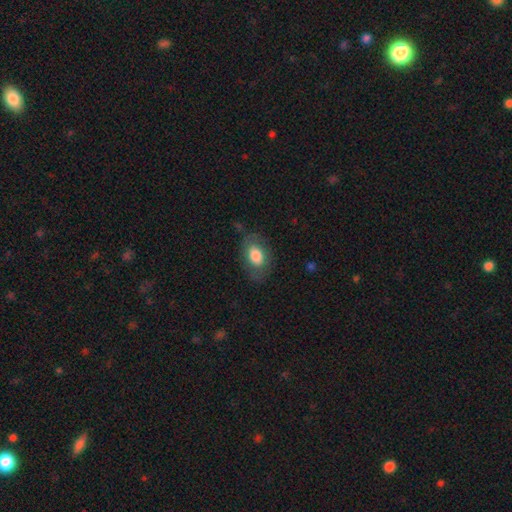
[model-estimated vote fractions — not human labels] Overall: smooth (74%). How rounded: in between (87%). Merging: none (71%).